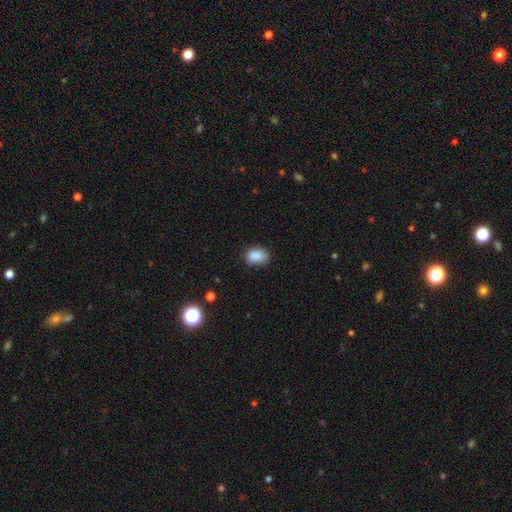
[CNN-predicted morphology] This appears to be a smooth galaxy with no disk features (86%) that is in between round and cigar-shaped (75%). Merging: none (67%).